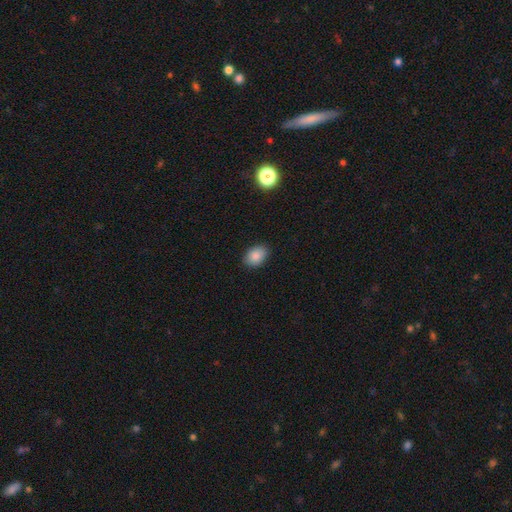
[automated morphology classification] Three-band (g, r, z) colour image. It shows a smooth galaxy with no disk features (87%) that is in between round and cigar-shaped (80%). Merging: none (87%).